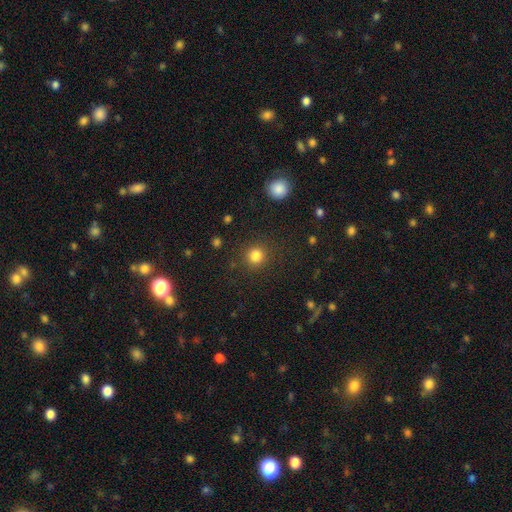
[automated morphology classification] Smooth or featured?
  - smooth: 83% *
  - star or artifact: 13%
  - featured or disk: 5%
How rounded?
  - round: 92% *
  - in between: 7%
  - cigar-shaped: 1%
Merging?
  - none: 87% *
  - minor disturbance: 7%
  - major disturbance: 4%
  - merger: 2%